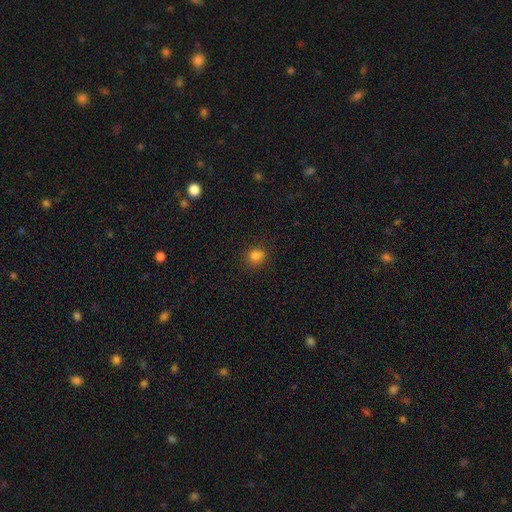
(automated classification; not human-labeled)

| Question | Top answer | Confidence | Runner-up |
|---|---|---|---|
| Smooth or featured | smooth | 81% | star or artifact (14%) |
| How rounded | round | 79% | in between (20%) |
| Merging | none | 78% | minor disturbance (14%) |